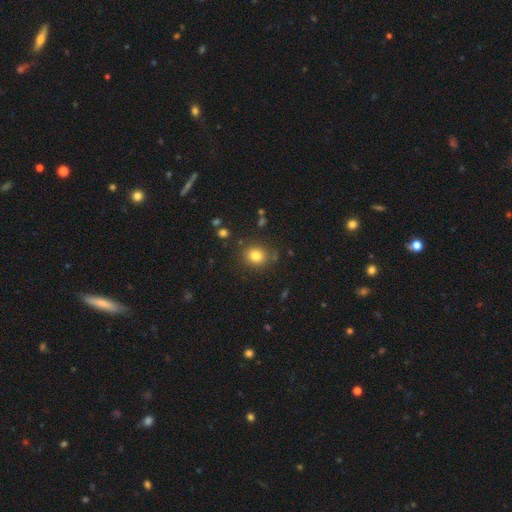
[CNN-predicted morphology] Smooth or featured?
  - smooth: 81% *
  - star or artifact: 12%
  - featured or disk: 7%
How rounded?
  - round: 74% *
  - in between: 25%
  - cigar-shaped: 1%
Merging?
  - none: 83% *
  - minor disturbance: 10%
  - major disturbance: 3%
  - merger: 3%